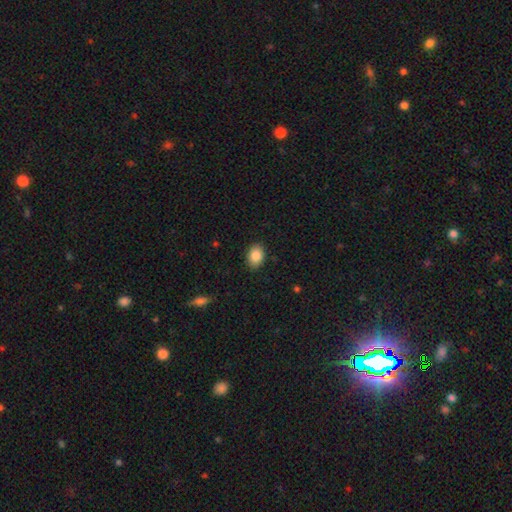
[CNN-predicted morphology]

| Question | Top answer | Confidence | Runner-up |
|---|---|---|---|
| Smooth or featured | smooth | 86% | star or artifact (8%) |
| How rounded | in between | 79% | round (20%) |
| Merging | none | 88% | minor disturbance (9%) |